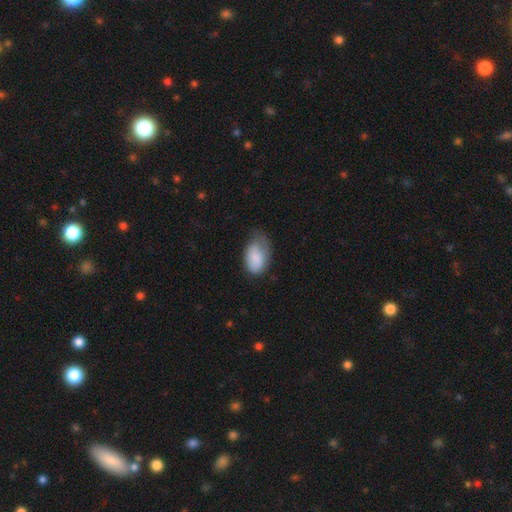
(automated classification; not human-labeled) Smooth or featured?
  - smooth: 83% *
  - featured or disk: 11%
  - star or artifact: 6%
How rounded?
  - in between: 90% *
  - round: 8%
  - cigar-shaped: 1%
Merging?
  - minor disturbance: 43% *
  - none: 36%
  - major disturbance: 19%
  - merger: 2%